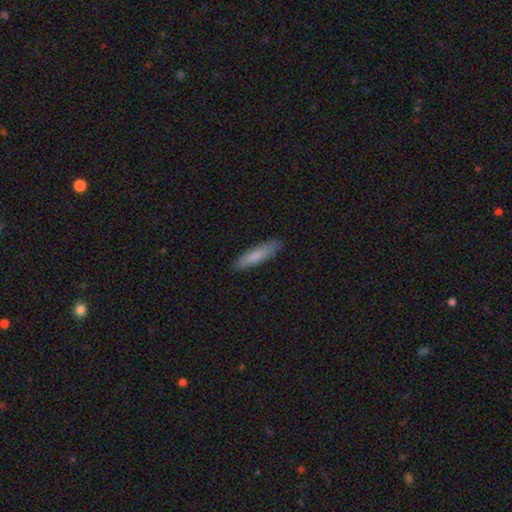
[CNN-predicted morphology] This appears to be a smooth galaxy with no disk features (80%) that is cigar-shaped (82%). Merging: none (88%).